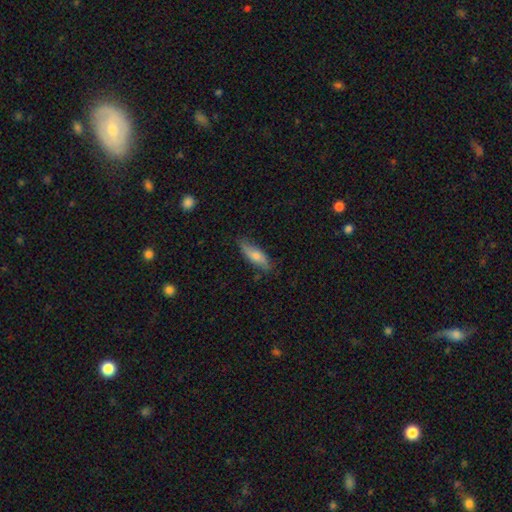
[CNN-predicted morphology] Smooth or featured? smooth (67%)
How rounded? in between (49%, tied with cigar-shaped)
Merging? none (76%)